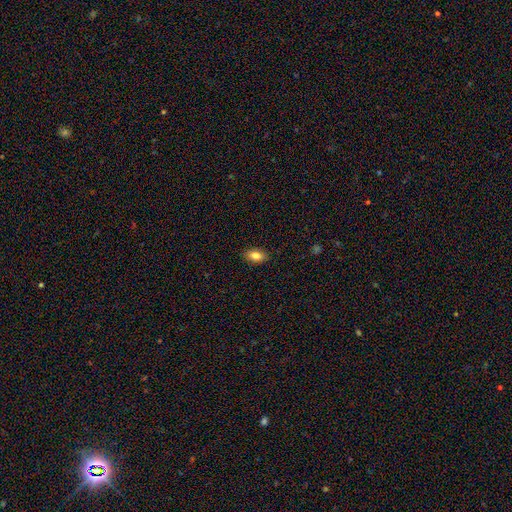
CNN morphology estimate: A smooth galaxy with no disk features (83%) that is in between round and cigar-shaped (88%).

Vote fractions:
- Smooth or featured? smooth: 83% / star or artifact: 8% / featured or disk: 8%
- How rounded? in between: 88% / round: 9% / cigar-shaped: 3%
- Merging? none: 89% / minor disturbance: 8% / major disturbance: 2% / merger: 1%